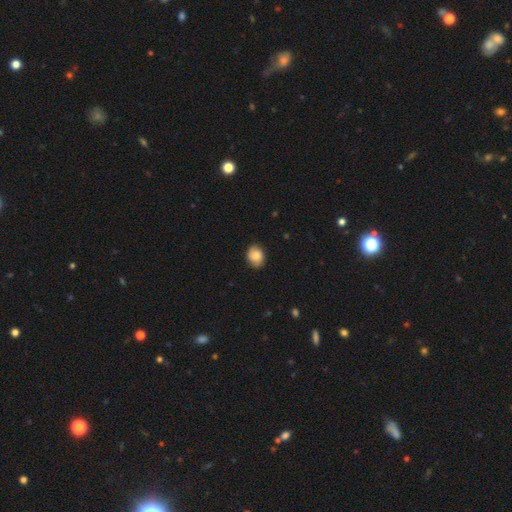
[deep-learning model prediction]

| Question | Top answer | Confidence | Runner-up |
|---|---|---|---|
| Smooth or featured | smooth | 79% | featured or disk (13%) |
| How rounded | round | 50% | in between (49%) |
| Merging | none | 81% | minor disturbance (15%) |